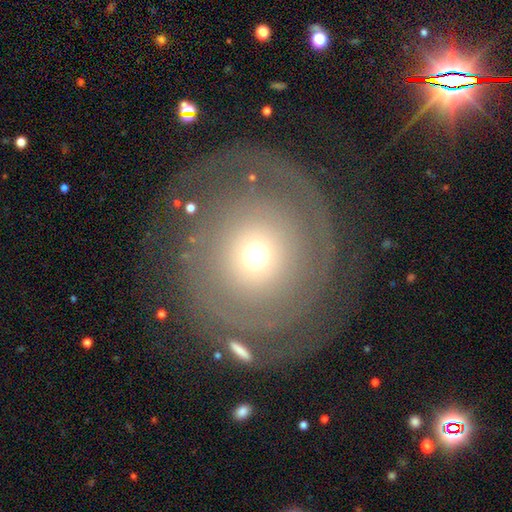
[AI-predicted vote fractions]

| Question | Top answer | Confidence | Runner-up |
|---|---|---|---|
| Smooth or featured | featured or disk | 71% | smooth (21%) |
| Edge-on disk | no | 96% | yes (4%) |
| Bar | no | 85% | weak (10%) |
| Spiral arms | yes | 76% | no (24%) |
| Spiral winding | tight | 72% | medium (19%) |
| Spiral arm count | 2 | 44% | can't tell (29%) |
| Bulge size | small | 50% | moderate (40%) |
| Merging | none | 73% | minor disturbance (13%) |